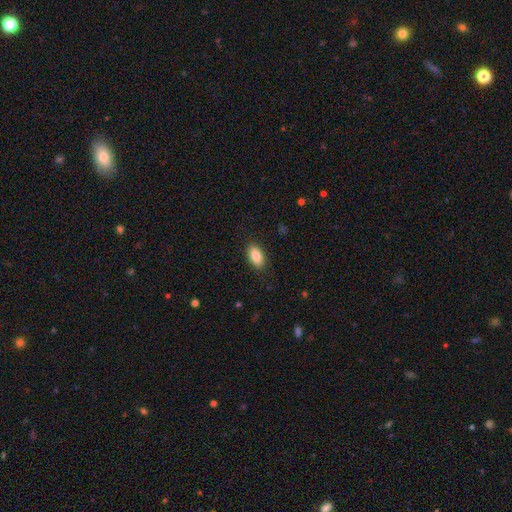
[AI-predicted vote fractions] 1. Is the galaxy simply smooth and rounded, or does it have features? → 88% smooth, 7% star or artifact, 5% featured or disk.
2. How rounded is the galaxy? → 93% in between, 4% round, 3% cigar-shaped.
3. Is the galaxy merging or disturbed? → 88% none, 8% minor disturbance, 2% major disturbance, 1% merger.